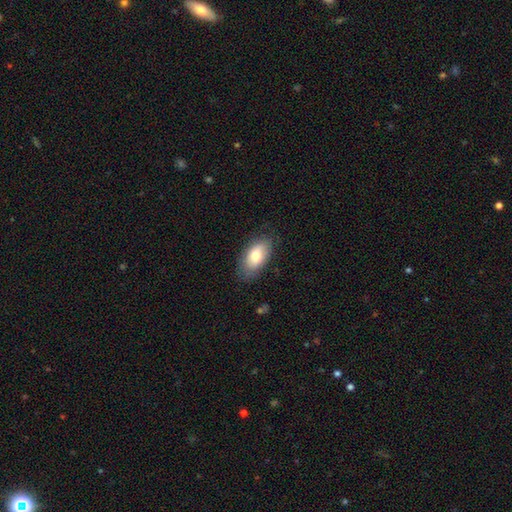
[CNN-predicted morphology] smooth-or-featured: smooth: 75% | featured or disk: 19% | star or artifact: 7%
  how-rounded: in between: 93% | round: 4% | cigar-shaped: 3%
  merging: none: 79% | minor disturbance: 16% | major disturbance: 4% | merger: 1%